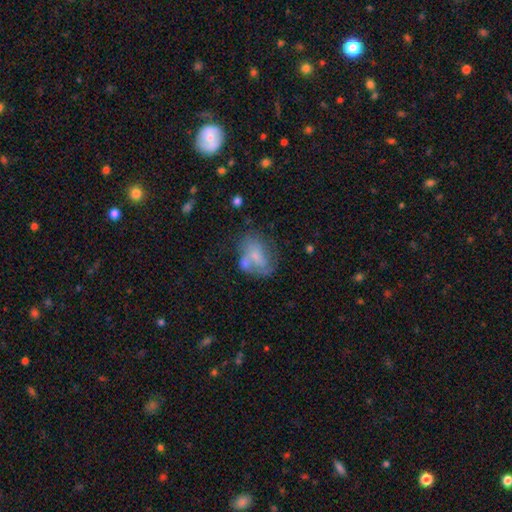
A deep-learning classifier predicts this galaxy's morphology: The model was most divided on "merging": none: 34%, merger: 24%, minor disturbance: 22%, major disturbance: 20%. More confident: how rounded — in between (79%); smooth or featured — smooth (50%).